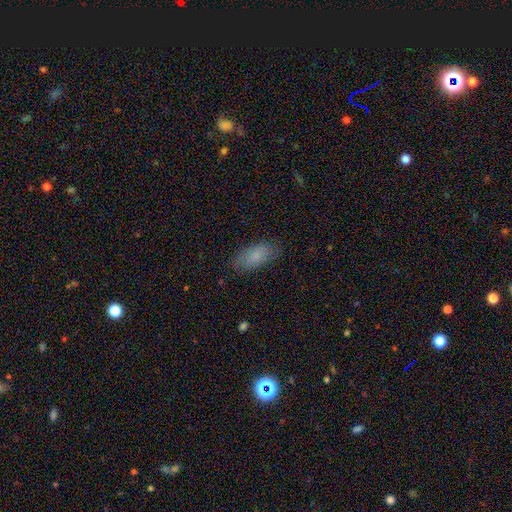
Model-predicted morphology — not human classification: This is clearly a smooth galaxy (82%). How rounded: clearly in between (86%). Merging: clearly none (82%).